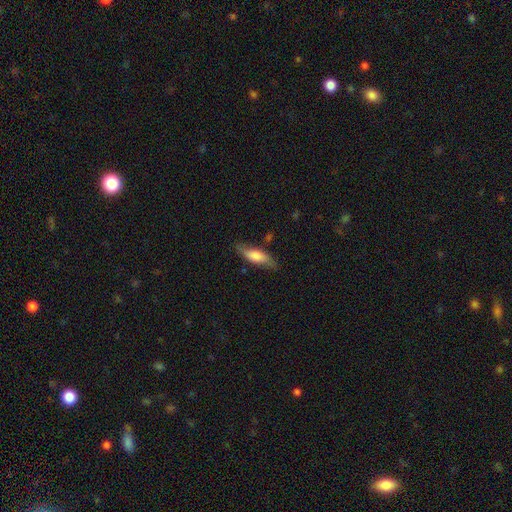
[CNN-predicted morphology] type=smooth (67%); roundness=in between (50%); merging=none (74%).